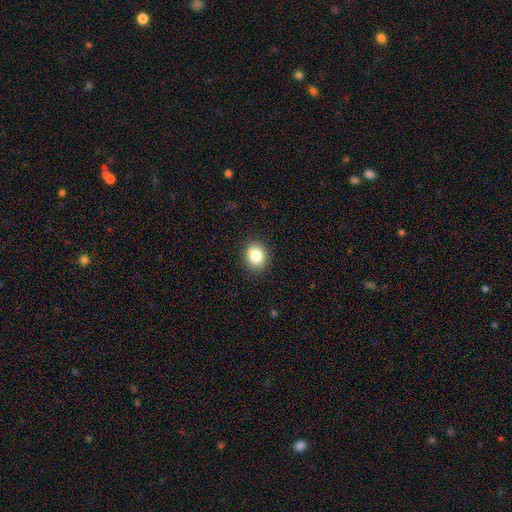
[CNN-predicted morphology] type=smooth (84%); roundness=round (66%); merging=none (90%).